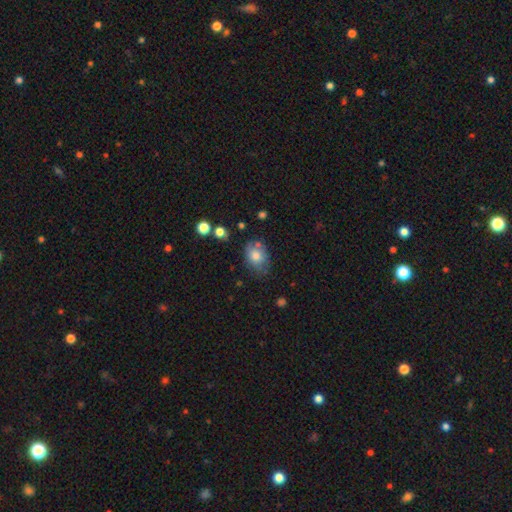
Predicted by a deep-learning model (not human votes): smooth 77%, featured or disk 14%, star or artifact 9%. Down the decision tree: how rounded — in between (71%); merging — none (63%).